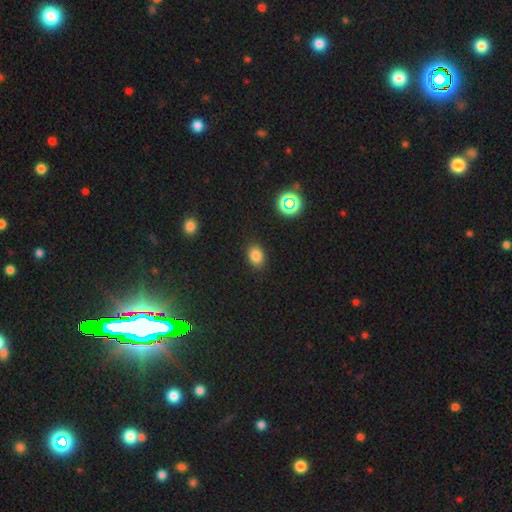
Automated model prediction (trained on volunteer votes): The model was most divided on "how rounded": in between: 65%, round: 33%, cigar-shaped: 1%. More confident: merging — none (86%); smooth or featured — smooth (80%).